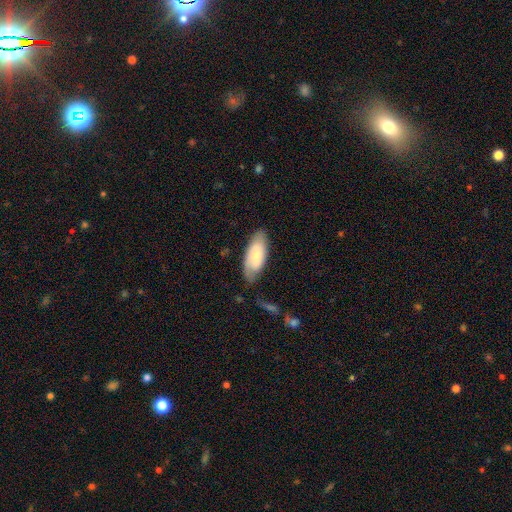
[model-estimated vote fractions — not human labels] The model was most divided on "smooth or featured": smooth: 66%, featured or disk: 28%, star or artifact: 6%. More confident: how rounded — in between (84%); merging — none (70%).